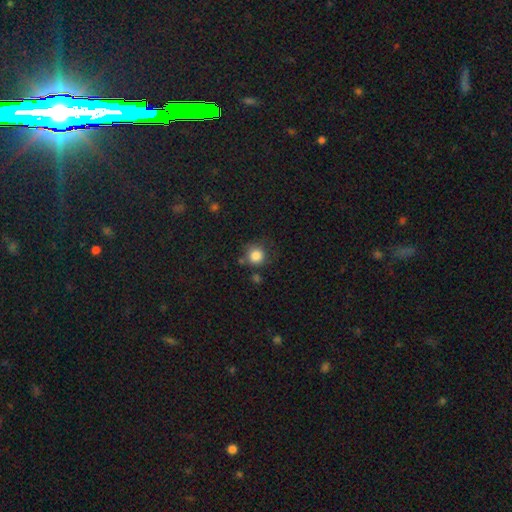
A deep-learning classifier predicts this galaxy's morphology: This appears to be a smooth galaxy with no disk features (85%) that is round (92%). Merging: none (73%).